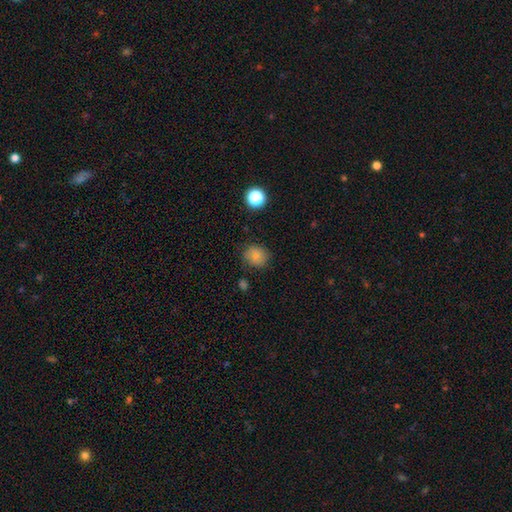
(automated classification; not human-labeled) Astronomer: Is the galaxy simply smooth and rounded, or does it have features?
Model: smooth — 82%.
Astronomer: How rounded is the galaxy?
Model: round — 78%.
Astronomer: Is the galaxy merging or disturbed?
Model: none — 78%.